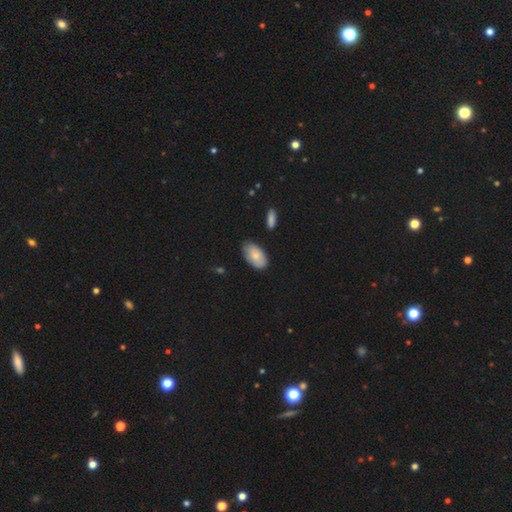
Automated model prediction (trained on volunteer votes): The model was most divided on "merging": none: 75%, minor disturbance: 20%, major disturbance: 3%, merger: 2%. More confident: how rounded — in between (94%); smooth or featured — smooth (77%).